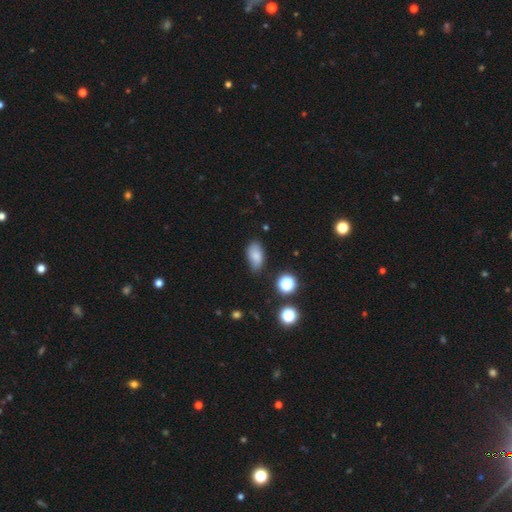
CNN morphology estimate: Smooth or featured?
  - smooth: 79% *
  - star or artifact: 11%
  - featured or disk: 10%
How rounded?
  - in between: 90% *
  - round: 7%
  - cigar-shaped: 3%
Merging?
  - none: 62% *
  - minor disturbance: 30%
  - major disturbance: 6%
  - merger: 3%